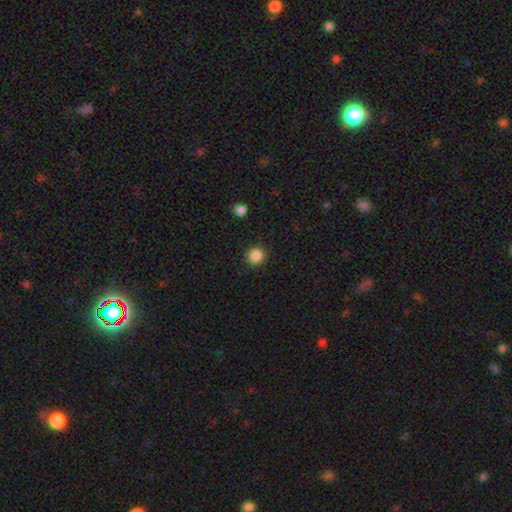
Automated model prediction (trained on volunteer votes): Smooth or featured?
  - smooth: 87% *
  - star or artifact: 10%
  - featured or disk: 3%
How rounded?
  - round: 90% *
  - in between: 9%
  - cigar-shaped: 1%
Merging?
  - none: 90% *
  - minor disturbance: 6%
  - major disturbance: 2%
  - merger: 1%